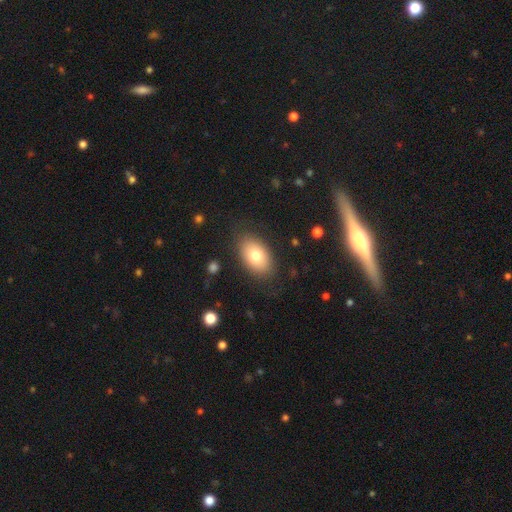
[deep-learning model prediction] smooth_or_featured: smooth (p=0.76) [alt: featured or disk p=0.16]
how_rounded: in between (p=0.88) [alt: round p=0.10]
merging: none (p=0.83) [alt: minor disturbance p=0.12]